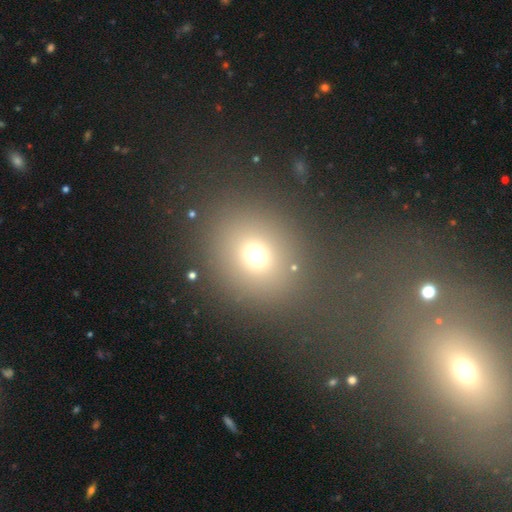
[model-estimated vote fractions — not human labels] smooth 68%, star or artifact 22%, featured or disk 10%. Down the decision tree: how rounded — round (70%); merging — none (75%).